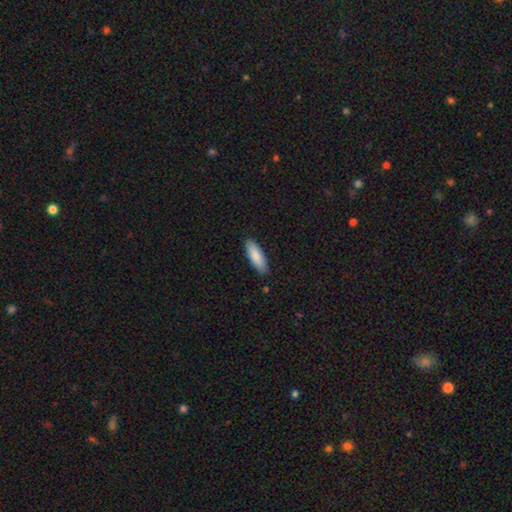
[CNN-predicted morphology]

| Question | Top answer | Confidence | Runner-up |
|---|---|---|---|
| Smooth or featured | smooth | 88% | featured or disk (7%) |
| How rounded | in between | 56% | cigar-shaped (43%) |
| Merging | none | 88% | minor disturbance (9%) |